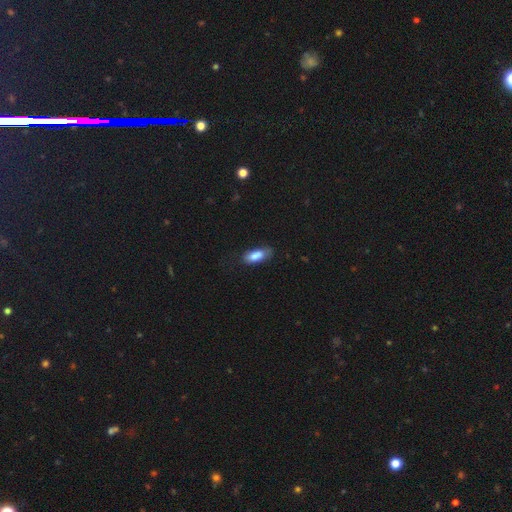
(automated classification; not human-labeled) A smooth galaxy with no disk features (82%) that is in between round and cigar-shaped (81%). Merging: none (62%).